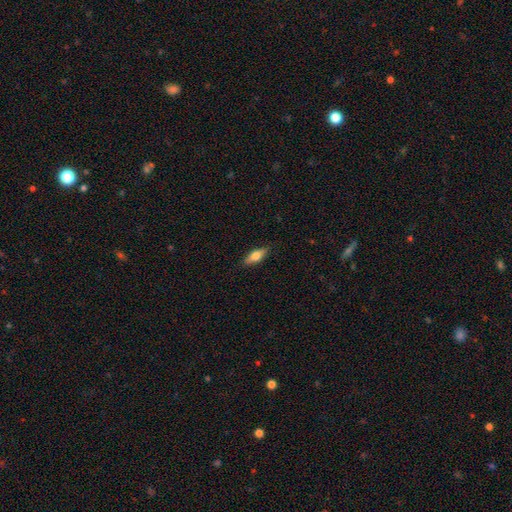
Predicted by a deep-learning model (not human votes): smooth_or_featured: smooth (p=0.62) [alt: featured or disk p=0.32]
how_rounded: in between (p=0.61) [alt: cigar-shaped p=0.36]
merging: none (p=0.87) [alt: minor disturbance p=0.10]